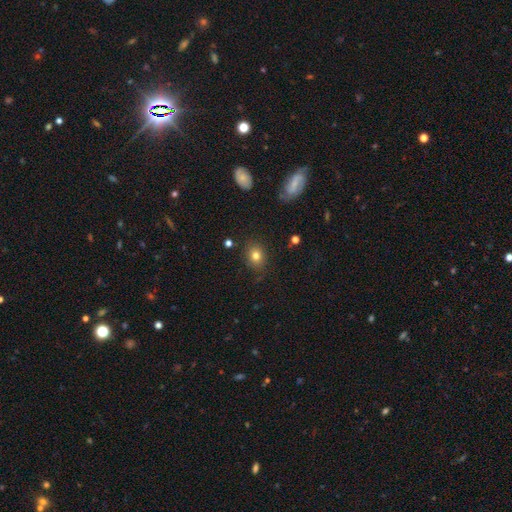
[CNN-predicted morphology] A smooth galaxy with no disk features (78%) that is round (56%). Merging: none (83%).